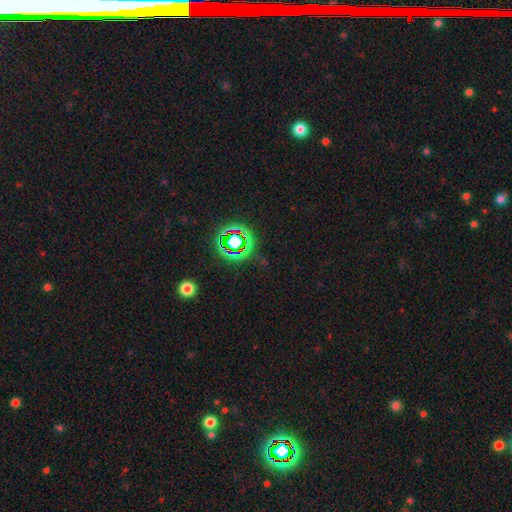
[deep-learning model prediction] A star or artifact, not a galaxy (78%).

Vote fractions:
- Smooth or featured? star or artifact: 78% / smooth: 12% / featured or disk: 10%